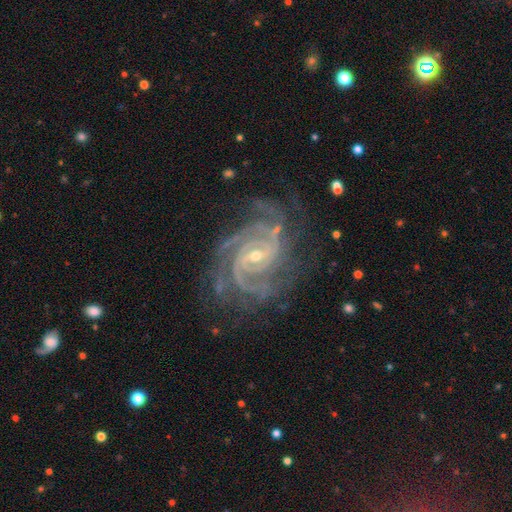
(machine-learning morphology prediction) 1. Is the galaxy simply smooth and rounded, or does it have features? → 92% featured or disk, 6% star or artifact, 2% smooth.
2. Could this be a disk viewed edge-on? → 97% no, 3% yes.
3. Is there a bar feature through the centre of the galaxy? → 42% weak, 33% no, 25% strong.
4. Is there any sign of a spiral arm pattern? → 99% yes, 1% no.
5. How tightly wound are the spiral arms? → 57% tight, 38% medium, 6% loose.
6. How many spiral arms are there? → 25% 3, 24% 4, 18% 2, 13% can't tell, 11% more than 4, 8% 1.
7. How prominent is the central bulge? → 74% small, 23% moderate, 1% none, 1% large, 1% dominant.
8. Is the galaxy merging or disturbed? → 73% none, 17% minor disturbance, 9% major disturbance, 1% merger.